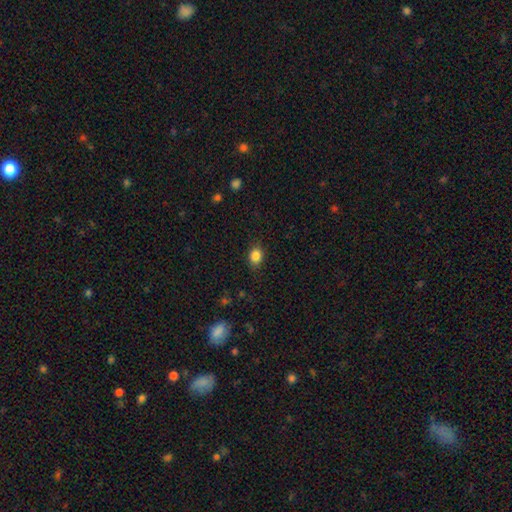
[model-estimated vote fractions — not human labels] smooth 85%, star or artifact 10%, featured or disk 5%. Down the decision tree: how rounded — round (51%); merging — none (85%).